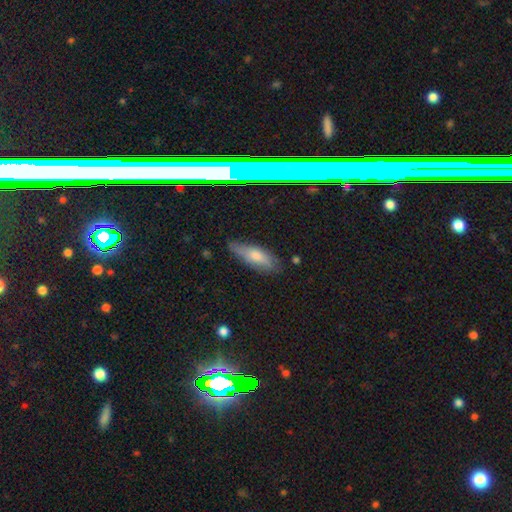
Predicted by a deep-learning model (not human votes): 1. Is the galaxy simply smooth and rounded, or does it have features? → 64% smooth, 24% featured or disk, 12% star or artifact.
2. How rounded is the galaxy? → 66% in between, 31% cigar-shaped, 3% round.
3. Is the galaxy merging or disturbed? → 74% none, 20% minor disturbance, 4% major disturbance, 2% merger.